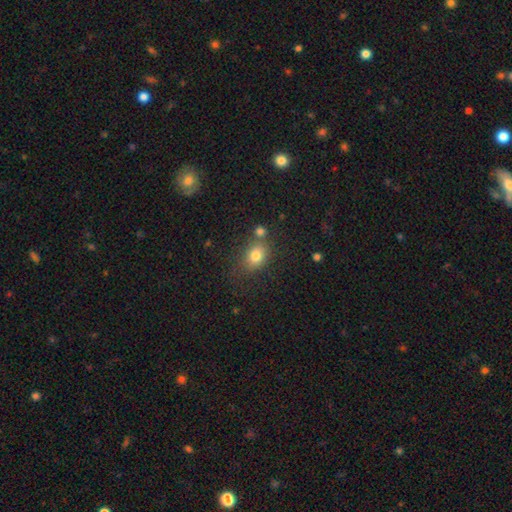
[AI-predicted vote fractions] A smooth galaxy with no disk features (79%) that is in between round and cigar-shaped (59%). Merging: none (63%).